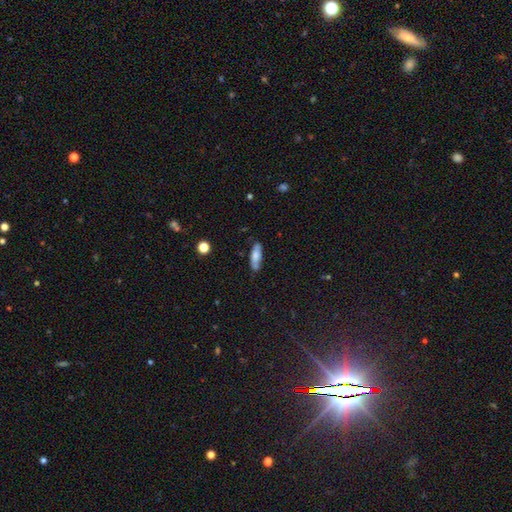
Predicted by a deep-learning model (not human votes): This is likely a smooth galaxy (66%). How rounded: possibly in between (59%). Merging: likely none (75%).